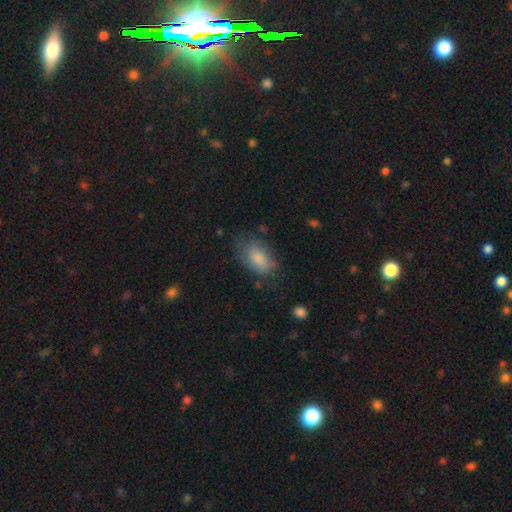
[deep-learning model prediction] smooth_or_featured: smooth (p=0.78) [alt: featured or disk p=0.13]
how_rounded: in between (p=0.90) [alt: round p=0.07]
merging: none (p=0.66) [alt: minor disturbance p=0.24]